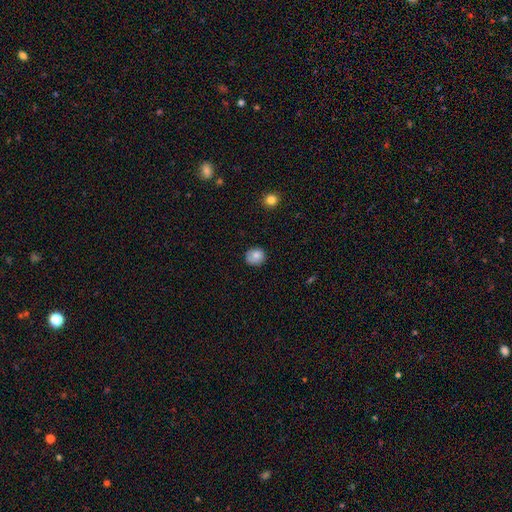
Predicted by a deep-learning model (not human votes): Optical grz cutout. It shows a smooth galaxy with no disk features (77%) that is round (83%). Merging: none (75%).